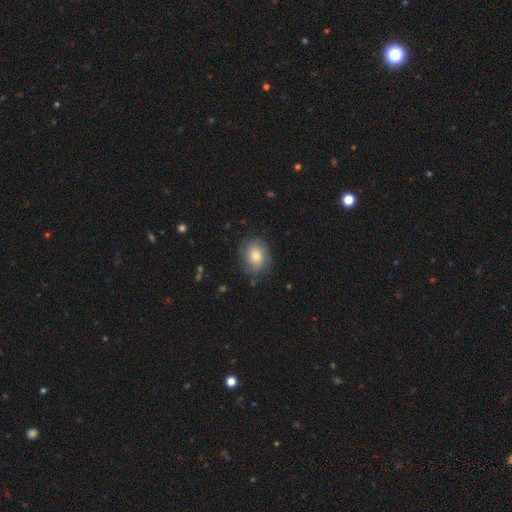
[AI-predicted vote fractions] Smooth or featured?
  - smooth: 72% *
  - featured or disk: 20%
  - star or artifact: 8%
How rounded?
  - in between: 54% *
  - round: 45%
  - cigar-shaped: 1%
Merging?
  - none: 77% *
  - minor disturbance: 17%
  - major disturbance: 5%
  - merger: 1%